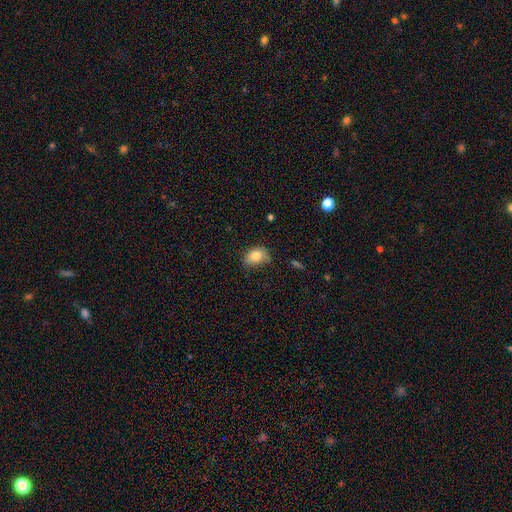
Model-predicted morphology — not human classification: Smooth or featured?
  - smooth: 82% *
  - featured or disk: 10%
  - star or artifact: 9%
How rounded?
  - in between: 78% *
  - round: 21%
  - cigar-shaped: 1%
Merging?
  - none: 56% *
  - minor disturbance: 34%
  - major disturbance: 8%
  - merger: 2%